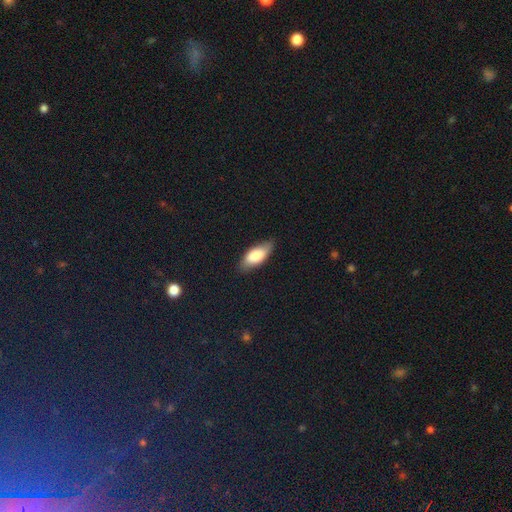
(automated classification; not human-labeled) A smooth galaxy with no disk features (80%) that is in between round and cigar-shaped (85%). Merging: none (80%).